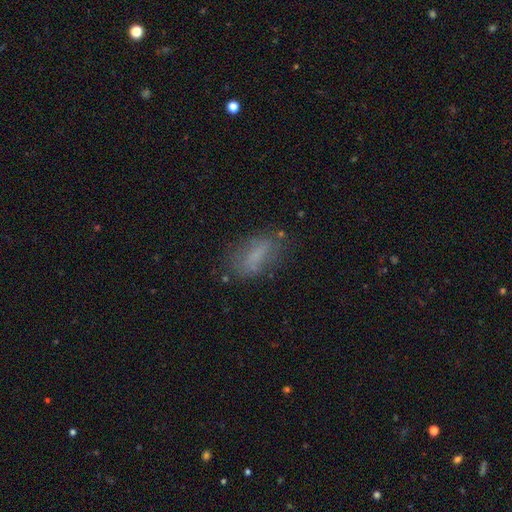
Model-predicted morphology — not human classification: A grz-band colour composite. It shows a smooth galaxy with no disk features (65%) that is in between round and cigar-shaped (80%). Merging: none (65%).